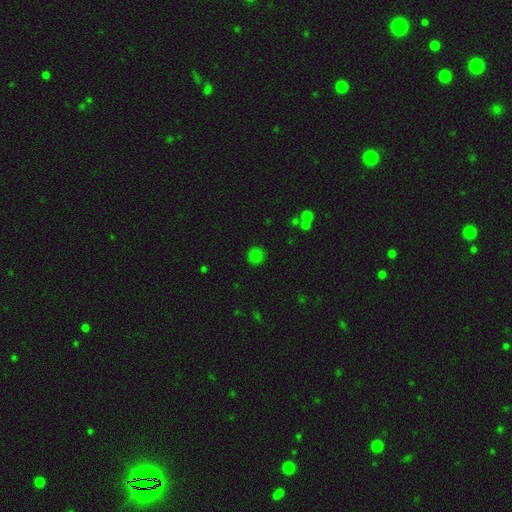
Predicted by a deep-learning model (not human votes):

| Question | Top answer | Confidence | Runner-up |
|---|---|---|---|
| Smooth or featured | smooth | 77% | star or artifact (18%) |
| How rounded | round | 91% | in between (8%) |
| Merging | none | 87% | minor disturbance (8%) |